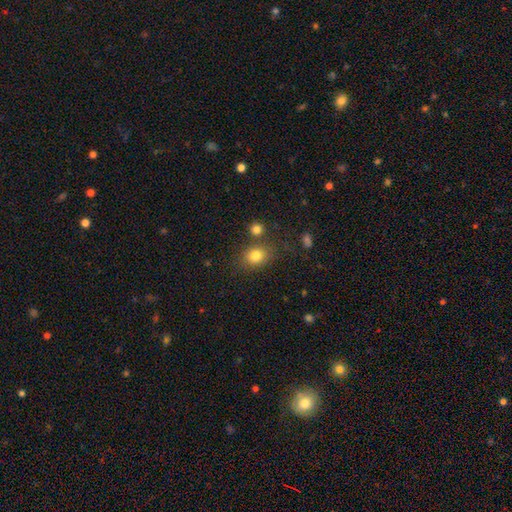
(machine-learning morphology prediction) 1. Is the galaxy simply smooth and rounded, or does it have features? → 81% smooth, 11% star or artifact, 7% featured or disk.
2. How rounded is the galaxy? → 55% round, 43% in between, 1% cigar-shaped.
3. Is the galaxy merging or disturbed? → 71% none, 13% minor disturbance, 11% merger, 5% major disturbance.